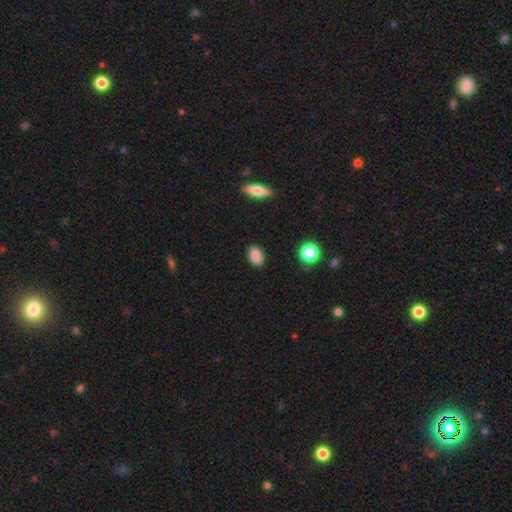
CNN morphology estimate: The model was most divided on "how rounded": in between: 85%, round: 13%, cigar-shaped: 2%. More confident: merging — none (87%); smooth or featured — smooth (87%).